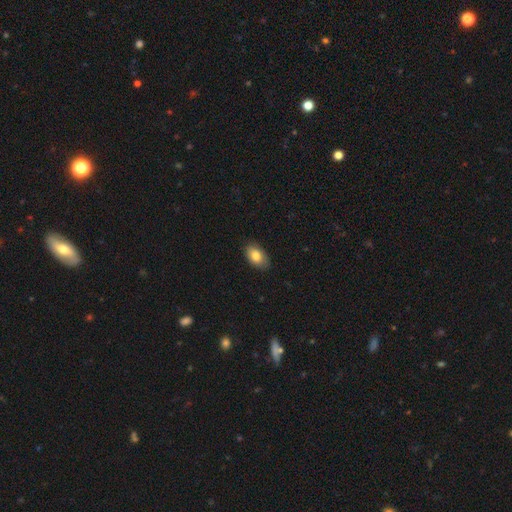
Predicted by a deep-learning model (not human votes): Morphology: type=smooth (82%); roundness=in between (90%); merging=none (85%).